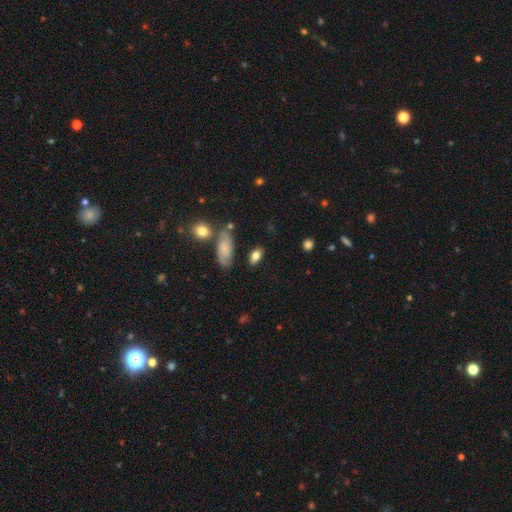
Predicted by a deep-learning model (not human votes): Smooth or featured? smooth (73%)
How rounded? in between (85%)
Merging? none (75%)